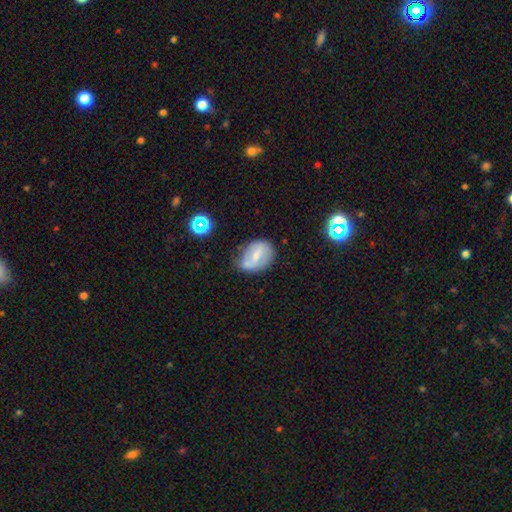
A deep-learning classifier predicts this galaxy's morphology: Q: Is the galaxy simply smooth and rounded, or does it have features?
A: smooth — 52%.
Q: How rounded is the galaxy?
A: in between — 73%.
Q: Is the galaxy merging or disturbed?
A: none — 49%.